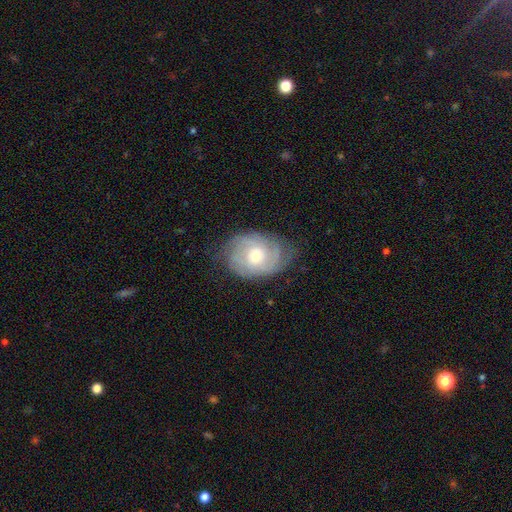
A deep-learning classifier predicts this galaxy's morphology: smooth-or-featured: featured or disk: 72% | smooth: 22% | star or artifact: 6%
  disk-edge-on: no: 96% | yes: 4%
    bar: no: 72% | weak: 25% | strong: 4%
    has-spiral-arms: yes: 89% | no: 11%
      spiral-winding: tight: 63% | medium: 29% | loose: 8%
      spiral-arm-count: can't tell: 41% | 2: 23% | 3: 19% | 4: 8% | 1: 5% | more than 4: 4%
    bulge-size: moderate: 67% | small: 26% | large: 5% | none: 1% | dominant: 1%
  merging: none: 68% | minor disturbance: 23% | major disturbance: 8% | merger: 1%